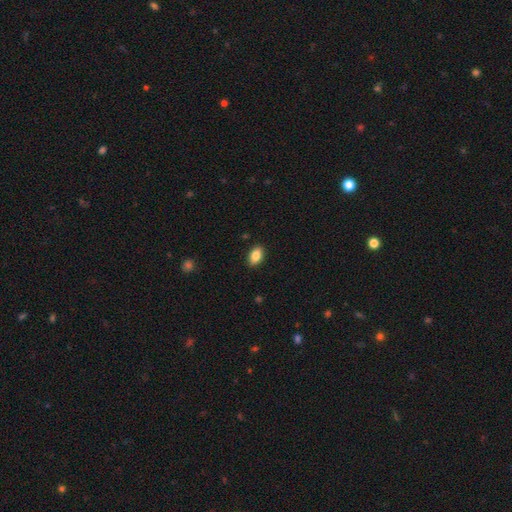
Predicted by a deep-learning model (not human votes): Morphology: type=smooth (85%); roundness=in between (90%); merging=none (89%).